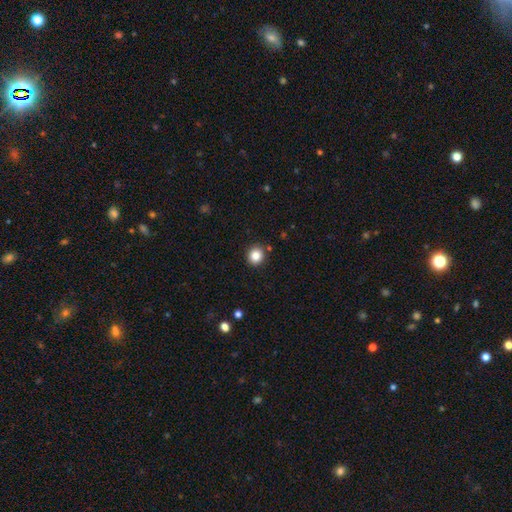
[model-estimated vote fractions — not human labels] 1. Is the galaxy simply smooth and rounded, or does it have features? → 85% smooth, 11% star or artifact, 4% featured or disk.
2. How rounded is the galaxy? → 87% round, 12% in between, 1% cigar-shaped.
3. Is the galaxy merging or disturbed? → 90% none, 6% minor disturbance, 2% major disturbance, 2% merger.